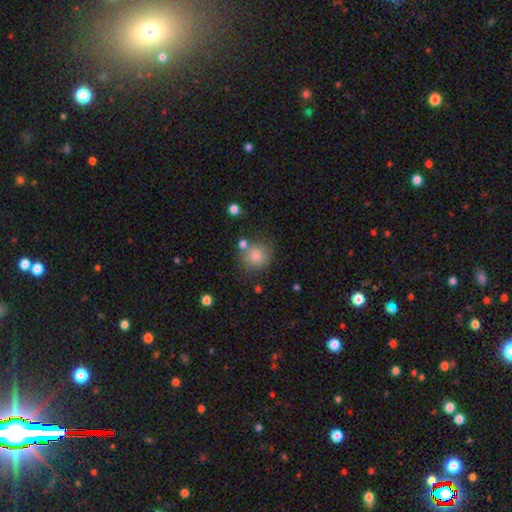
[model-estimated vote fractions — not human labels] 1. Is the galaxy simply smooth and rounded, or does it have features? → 83% smooth, 10% star or artifact, 7% featured or disk.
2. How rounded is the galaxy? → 83% round, 16% in between, 1% cigar-shaped.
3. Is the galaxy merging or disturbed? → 69% none, 14% minor disturbance, 12% merger, 5% major disturbance.